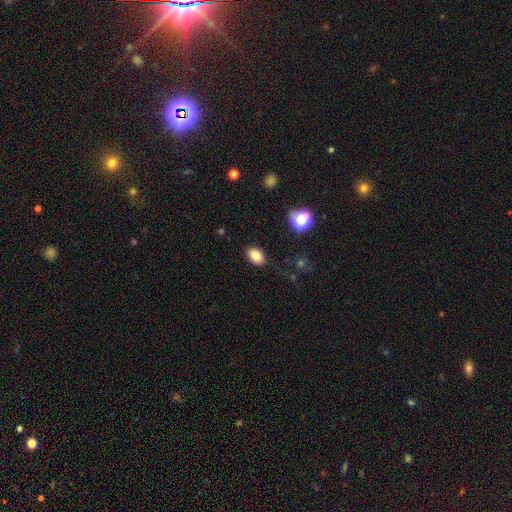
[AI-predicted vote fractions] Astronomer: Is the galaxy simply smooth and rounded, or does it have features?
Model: smooth — 83%.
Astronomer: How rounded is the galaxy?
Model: in between — 82%.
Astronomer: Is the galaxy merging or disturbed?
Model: none — 85%.